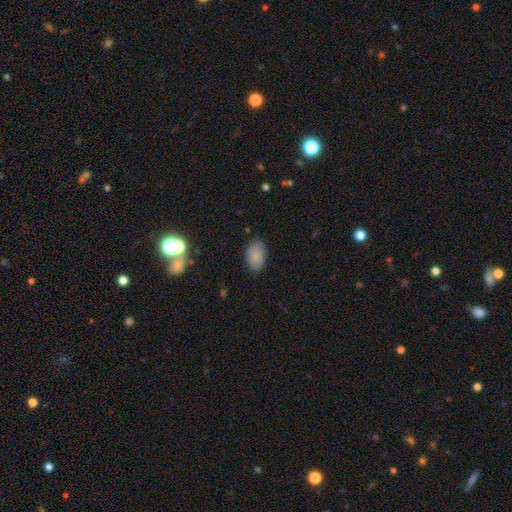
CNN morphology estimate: type=smooth (82%); roundness=in between (91%); merging=none (82%).